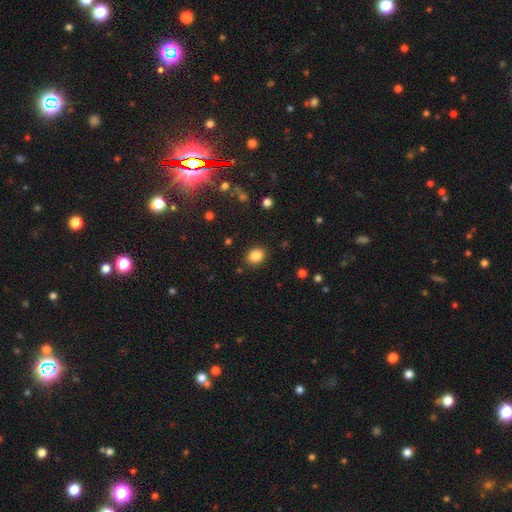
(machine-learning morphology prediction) Overall: smooth (86%). How rounded: in between (57%; round 43%). Merging: none (88%).